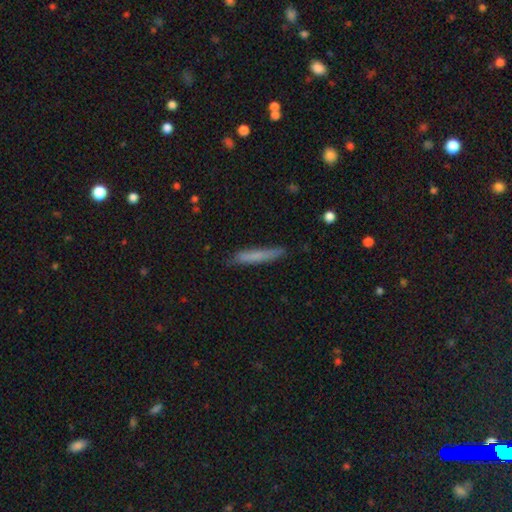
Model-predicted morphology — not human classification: smooth_or_featured: smooth (p=0.71) [alt: featured or disk p=0.23]
how_rounded: cigar-shaped (p=0.94) [alt: in between p=0.04]
merging: none (p=0.82) [alt: minor disturbance p=0.14]